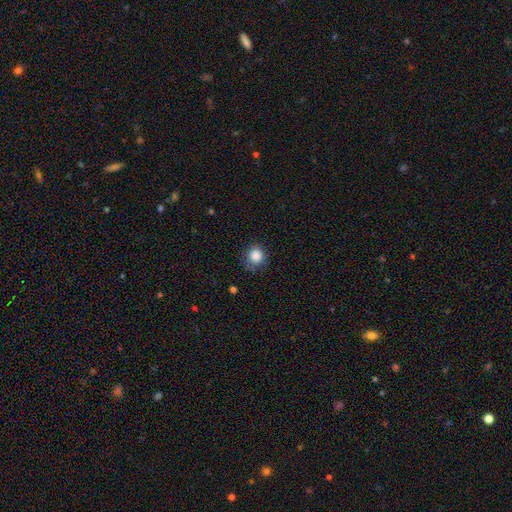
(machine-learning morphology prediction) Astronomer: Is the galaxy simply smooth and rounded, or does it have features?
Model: smooth — 85%.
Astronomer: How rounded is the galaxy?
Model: round — 86%.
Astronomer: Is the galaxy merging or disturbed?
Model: none — 75%.